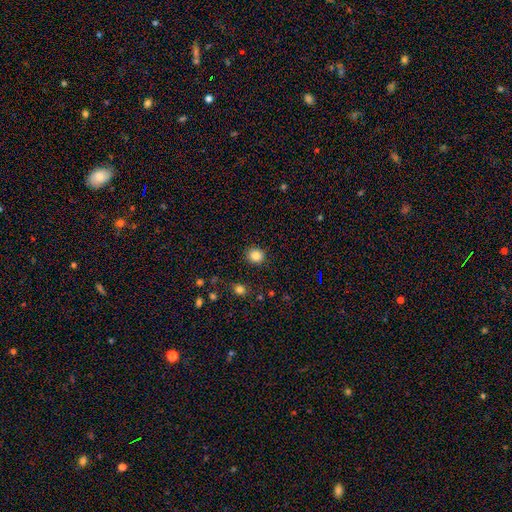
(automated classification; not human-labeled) Q: Smooth or featured?
A: smooth (85%); runner-up: star or artifact (10%)
Q: How rounded?
A: round (78%); runner-up: in between (21%)
Q: Merging?
A: none (90%); runner-up: minor disturbance (7%)